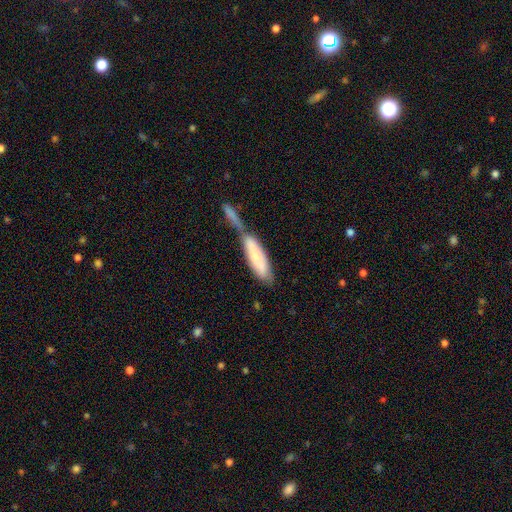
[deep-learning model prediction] Overall: smooth (69%). How rounded: cigar-shaped (60%; in between 38%). Merging: merger (61%).